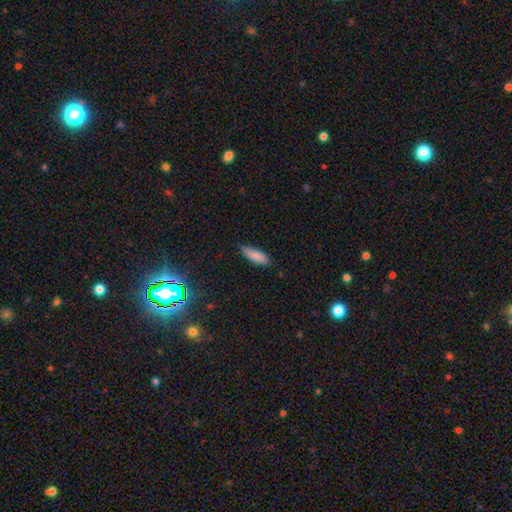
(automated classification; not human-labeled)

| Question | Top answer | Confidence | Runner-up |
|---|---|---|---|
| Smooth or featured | smooth | 86% | star or artifact (7%) |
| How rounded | in between | 53% | cigar-shaped (45%) |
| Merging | none | 82% | minor disturbance (14%) |